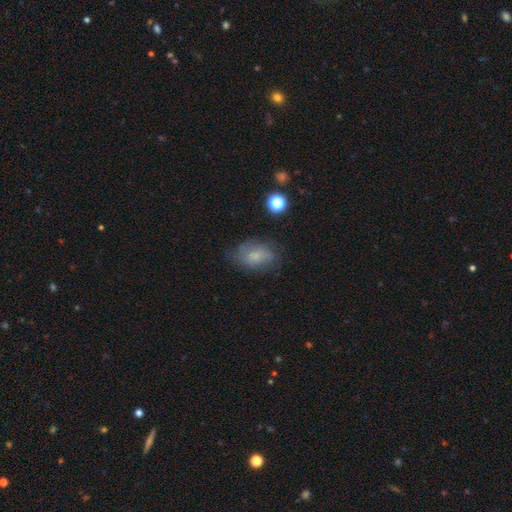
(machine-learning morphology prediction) Smooth or featured? Predicted: smooth (p=0.61). How rounded? Predicted: in between (p=0.81). Merging? Predicted: none (p=0.64).